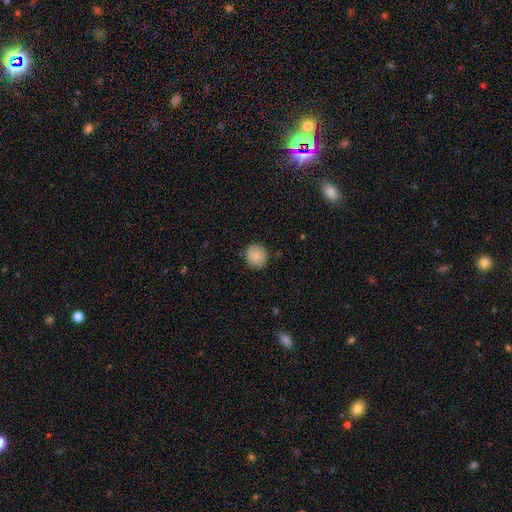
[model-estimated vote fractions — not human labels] A smooth galaxy with no disk features (84%) that is round (87%). Merging: none (85%).